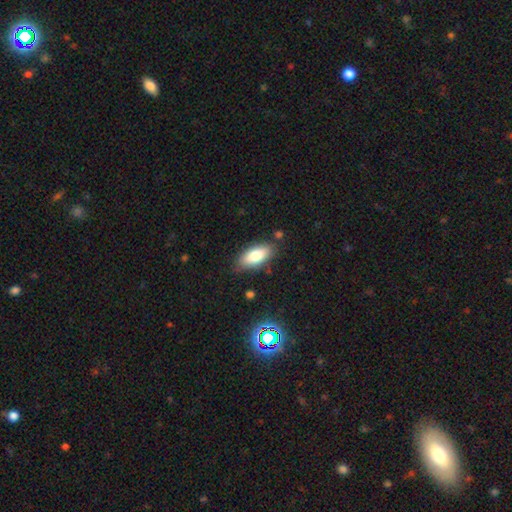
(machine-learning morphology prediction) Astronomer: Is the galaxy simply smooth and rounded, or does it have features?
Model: smooth — 79%.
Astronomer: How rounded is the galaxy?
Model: in between — 87%.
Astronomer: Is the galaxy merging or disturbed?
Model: none — 81%.